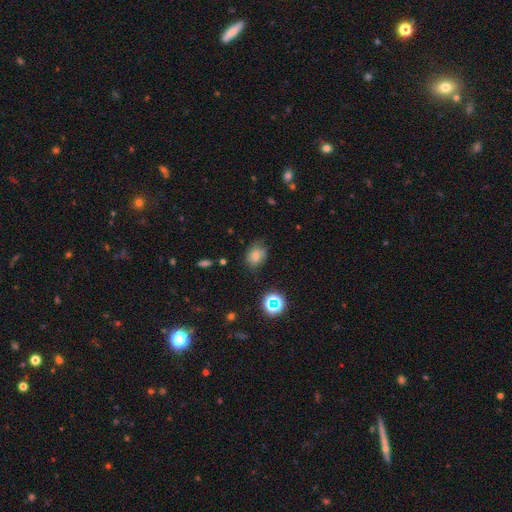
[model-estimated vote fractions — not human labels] Smooth or featured: smooth — 68% (star or artifact — 17%)
How rounded: in between — 59% (round — 40%)
Merging: none — 67% (minor disturbance — 25%)